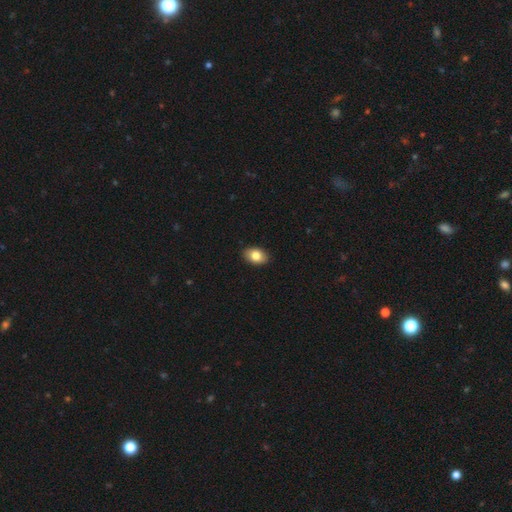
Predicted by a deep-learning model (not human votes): smooth_or_featured: smooth (p=0.83) [alt: featured or disk p=0.10]
how_rounded: in between (p=0.85) [alt: round p=0.13]
merging: none (p=0.90) [alt: minor disturbance p=0.08]